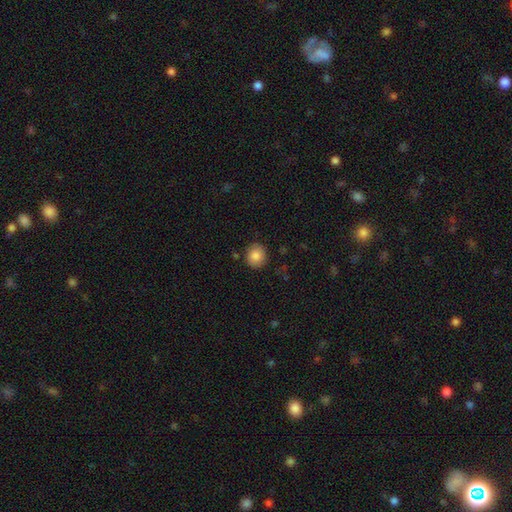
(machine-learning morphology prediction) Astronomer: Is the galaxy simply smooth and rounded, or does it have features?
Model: smooth — 86%.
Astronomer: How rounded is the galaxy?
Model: round — 83%.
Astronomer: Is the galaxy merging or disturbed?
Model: none — 86%.